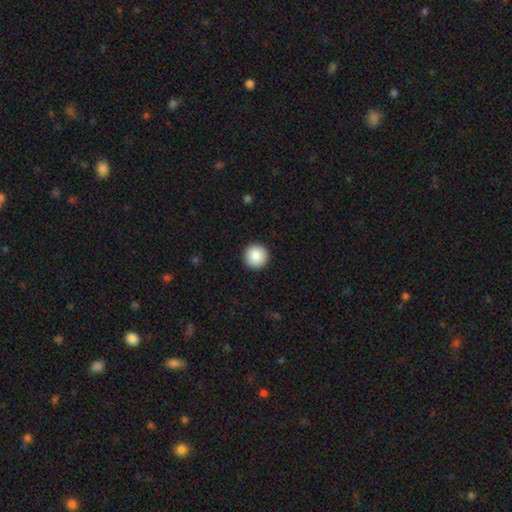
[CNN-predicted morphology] Smooth or featured? Predicted: smooth (p=0.88). How rounded? Predicted: round (p=0.97). Merging? Predicted: none (p=0.94).